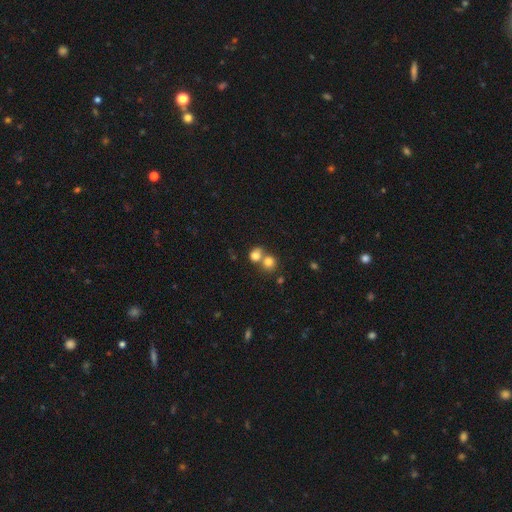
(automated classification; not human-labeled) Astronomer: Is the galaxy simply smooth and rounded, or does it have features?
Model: smooth — 79%.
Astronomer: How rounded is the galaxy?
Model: round — 71%.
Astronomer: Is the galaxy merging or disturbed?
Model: merger — 51% (runner-up: none, 38%).